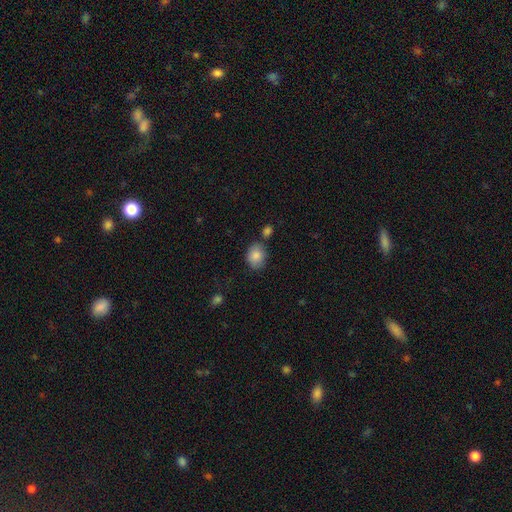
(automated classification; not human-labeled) smooth-or-featured: smooth: 86% | star or artifact: 8% | featured or disk: 6%
  how-rounded: in between: 56% | round: 43% | cigar-shaped: 1%
  merging: none: 68% | minor disturbance: 18% | merger: 9% | major disturbance: 5%